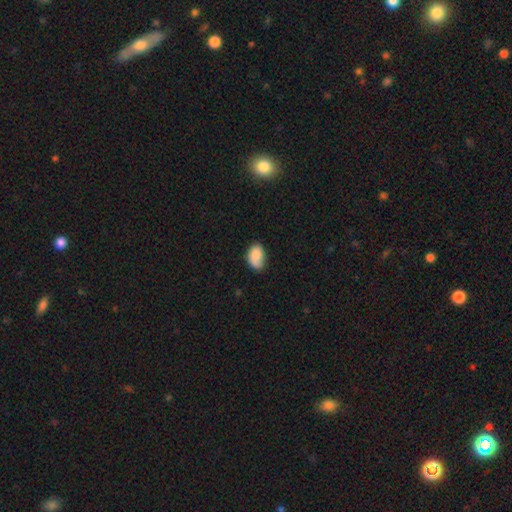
This is likely a smooth galaxy (77%). How rounded: clearly in between (97%). Merging: possibly none (50%).